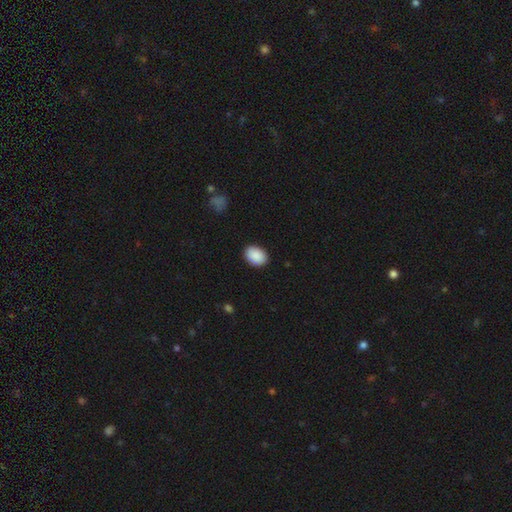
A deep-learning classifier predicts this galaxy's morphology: Overall: smooth (89%). How rounded: in between (76%). Merging: none (87%).